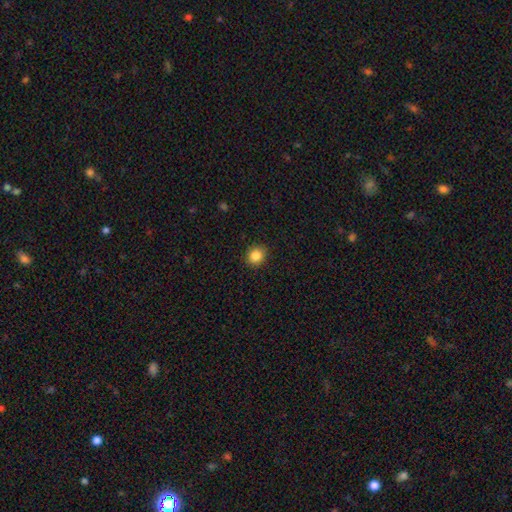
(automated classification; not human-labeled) A smooth galaxy with no disk features (85%) that is round (77%). Merging: none (91%).